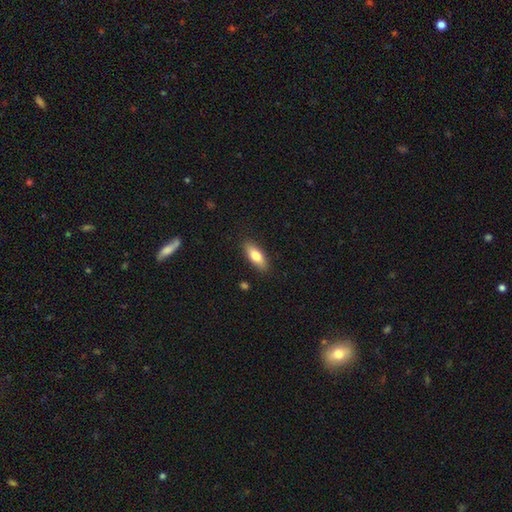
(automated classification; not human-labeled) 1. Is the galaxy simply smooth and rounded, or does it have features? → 78% smooth, 16% featured or disk, 6% star or artifact.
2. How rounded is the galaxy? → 71% in between, 26% cigar-shaped, 2% round.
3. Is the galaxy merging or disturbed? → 87% none, 10% minor disturbance, 2% major disturbance, 1% merger.